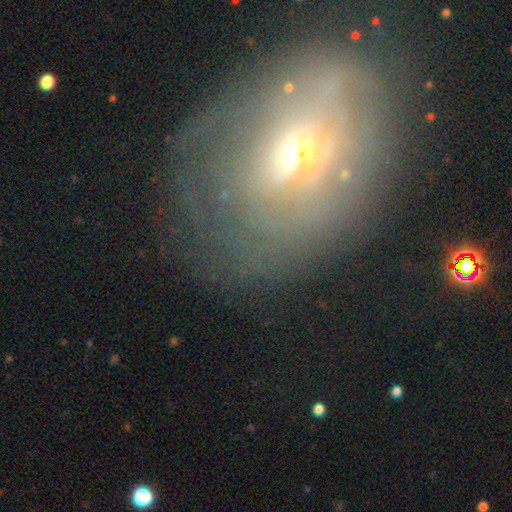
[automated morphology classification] featured or disk 52%, smooth 29%, star or artifact 19%. Down the decision tree: edge-on disk — no (88%); merging — none (58%).